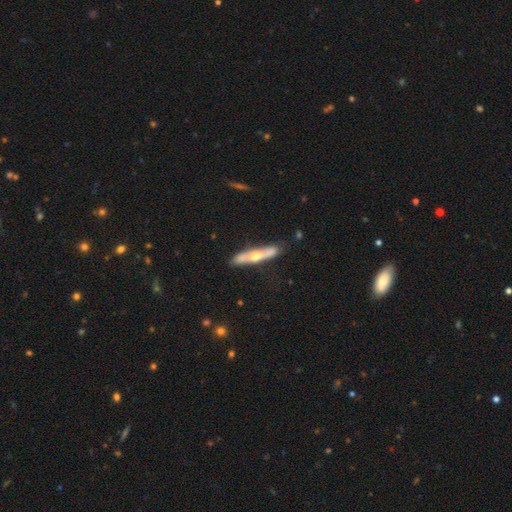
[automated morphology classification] smooth-or-featured: featured or disk: 57% | smooth: 38% | star or artifact: 5%
  disk-edge-on: yes: 75% | no: 25%
  merging: none: 78% | minor disturbance: 15% | major disturbance: 4% | merger: 3%